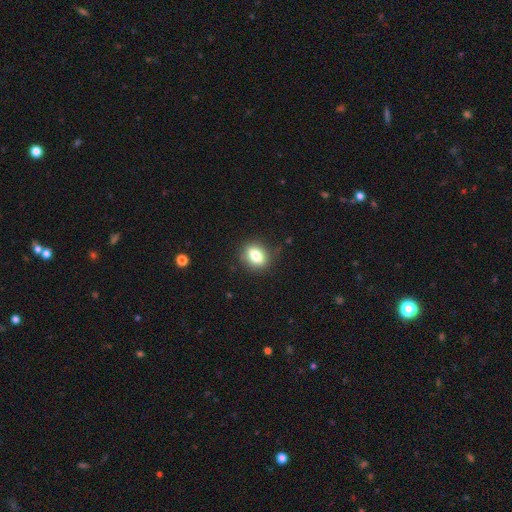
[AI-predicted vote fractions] smooth 76%, featured or disk 15%, star or artifact 9%. Down the decision tree: how rounded — in between (63%); merging — none (84%).